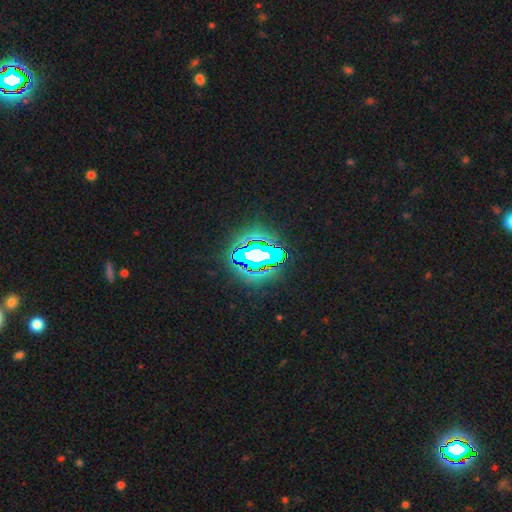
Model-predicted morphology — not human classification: smooth-or-featured: star or artifact: 70% | featured or disk: 15% | smooth: 14%